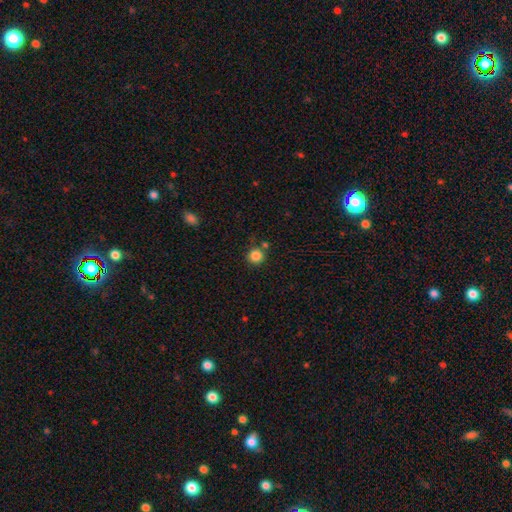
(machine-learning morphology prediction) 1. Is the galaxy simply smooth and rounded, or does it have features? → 85% smooth, 11% star or artifact, 4% featured or disk.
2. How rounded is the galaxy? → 94% round, 5% in between, 1% cigar-shaped.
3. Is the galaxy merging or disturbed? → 79% none, 10% minor disturbance, 9% merger, 3% major disturbance.